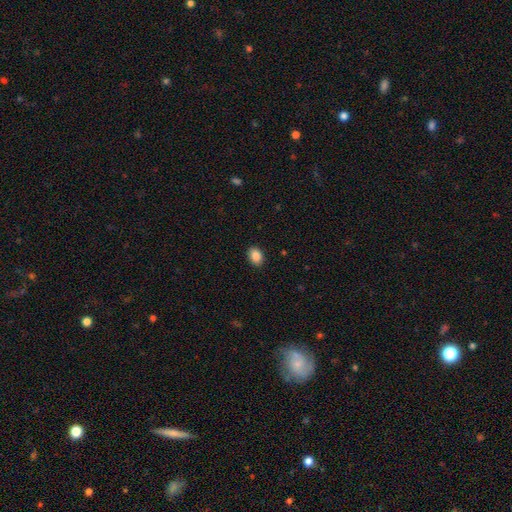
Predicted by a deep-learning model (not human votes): smooth_or_featured: smooth (p=0.88) [alt: star or artifact p=0.08]
how_rounded: in between (p=0.76) [alt: round p=0.23]
merging: none (p=0.90) [alt: minor disturbance p=0.07]